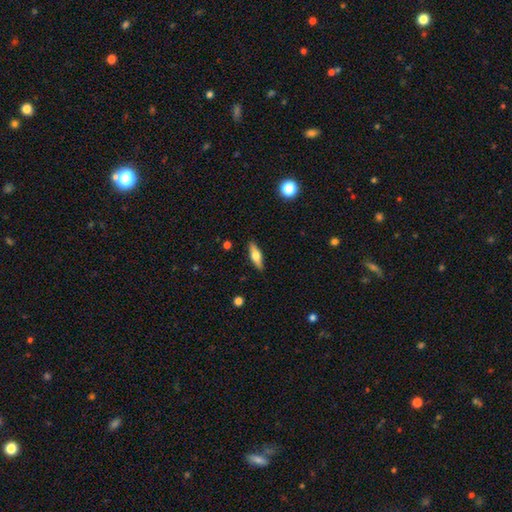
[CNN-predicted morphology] This appears to be a smooth galaxy with no disk features (49%). Merging: none (89%).